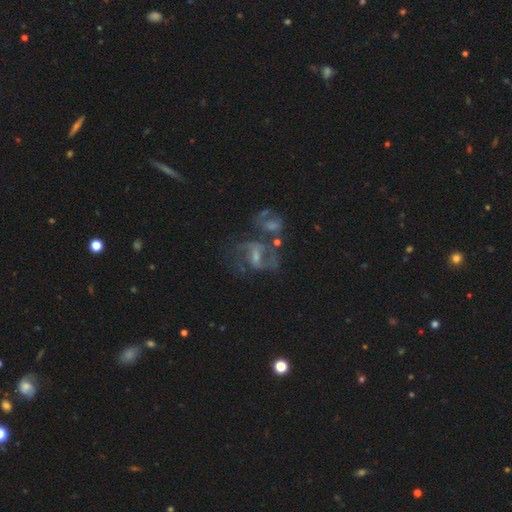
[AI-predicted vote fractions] This is likely a featured or disk galaxy (77%). It is clearly not viewed edge-on (97%). Bar: possibly weak (51%). Spiral arm pattern: clearly yes (83%). Spiral arm count: likely 2 (73%). Spiral winding: possibly medium (49%). Central bulge: possibly small (48%). Merging: marginally none (40%).